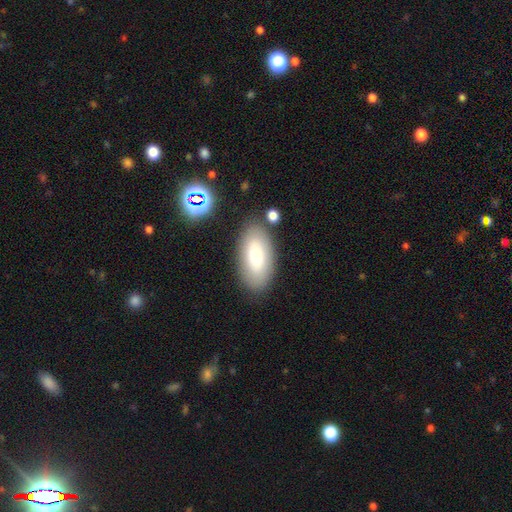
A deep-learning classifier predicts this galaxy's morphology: smooth 71%, featured or disk 20%, star or artifact 8%. Down the decision tree: how rounded — in between (93%); merging — none (82%).